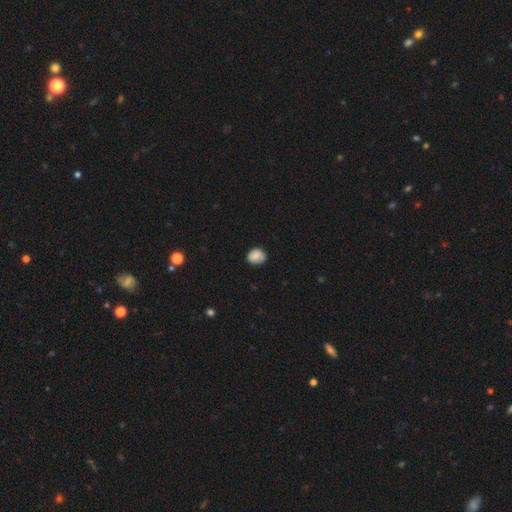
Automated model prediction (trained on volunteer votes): A smooth galaxy with no disk features (82%) that is round (62%). Merging: none (71%).